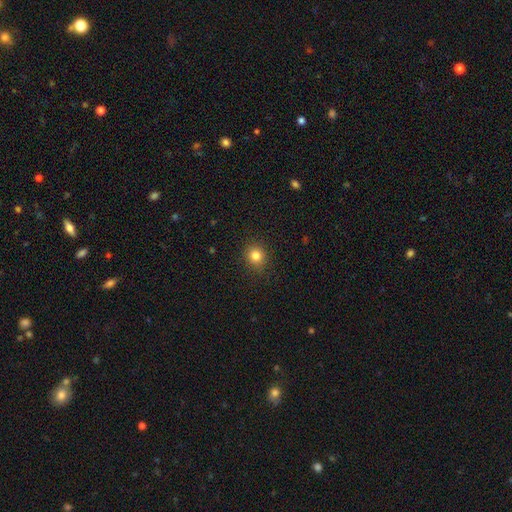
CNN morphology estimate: This appears to be a smooth galaxy with no disk features (82%) that is round (84%). Merging: none (89%).